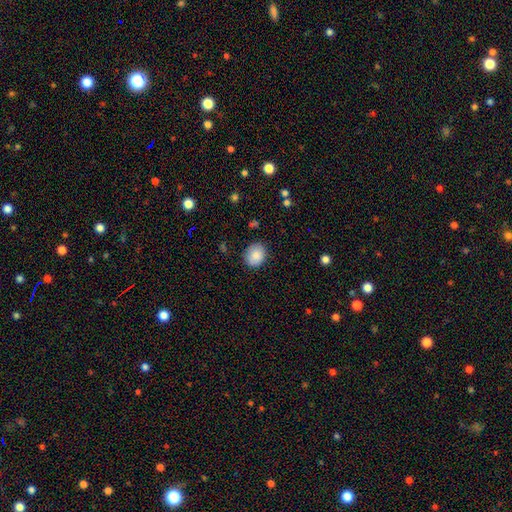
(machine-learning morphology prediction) This appears to be a smooth galaxy with no disk features (86%) that is round (62%). Merging: none (83%).